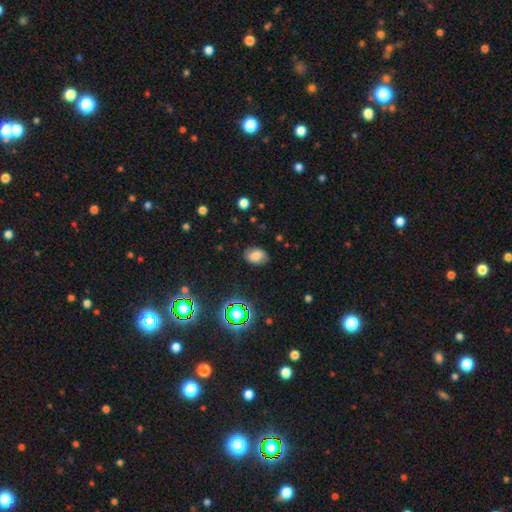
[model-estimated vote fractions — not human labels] Smooth or featured: smooth — 77% (star or artifact — 14%)
How rounded: in between — 79% (round — 20%)
Merging: none — 82% (minor disturbance — 13%)